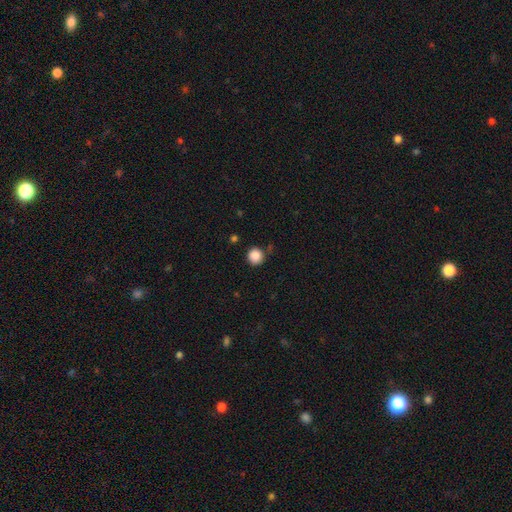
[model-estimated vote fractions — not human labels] The model was most divided on "merging": none: 86%, minor disturbance: 9%, merger: 3%, major disturbance: 2%. More confident: how rounded — round (94%); smooth or featured — smooth (87%).